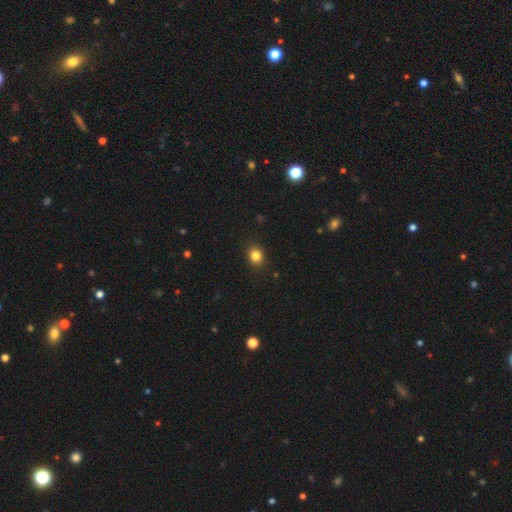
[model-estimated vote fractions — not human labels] Smooth or featured?
  - smooth: 84% *
  - star or artifact: 12%
  - featured or disk: 5%
How rounded?
  - round: 73% *
  - in between: 26%
  - cigar-shaped: 1%
Merging?
  - none: 89% *
  - minor disturbance: 8%
  - major disturbance: 2%
  - merger: 1%